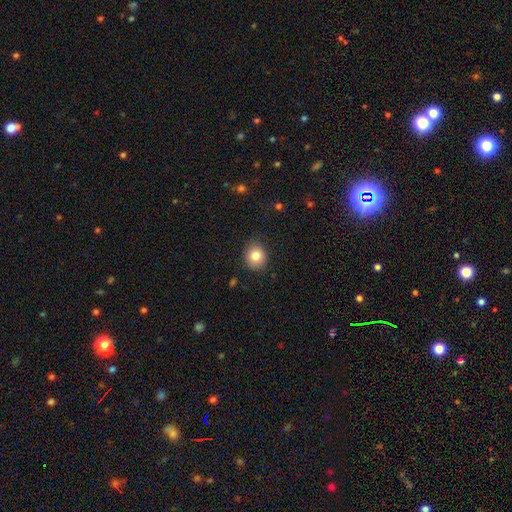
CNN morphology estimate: type=smooth (81%); roundness=round (76%); merging=none (84%).